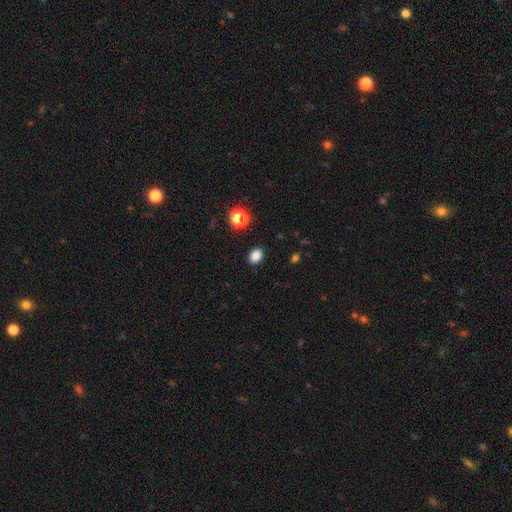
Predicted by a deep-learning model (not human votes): Smooth or featured? smooth (85%)
How rounded? in between (66%)
Merging? none (89%)